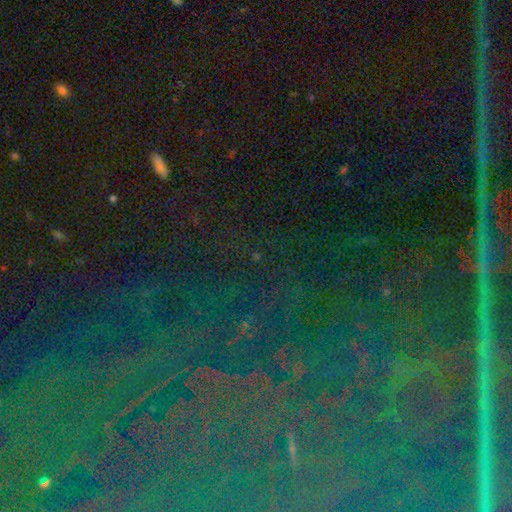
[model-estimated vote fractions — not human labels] Smooth or featured: star or artifact — 71% (featured or disk — 16%)